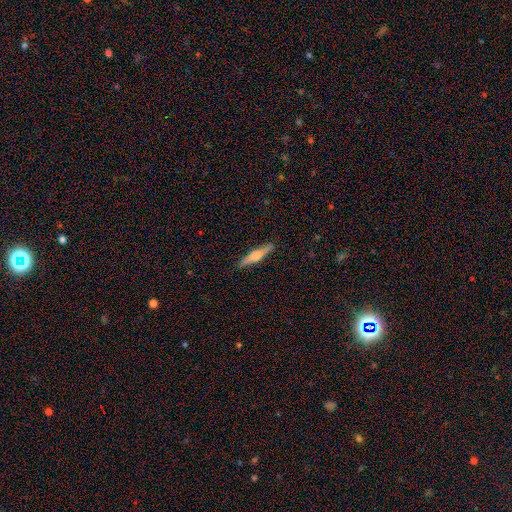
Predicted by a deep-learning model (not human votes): This is possibly a featured or disk galaxy (60%). It is clearly viewed edge-on (96%). Edge-on bulge: clearly rounded (89%). Merging: clearly none (90%).